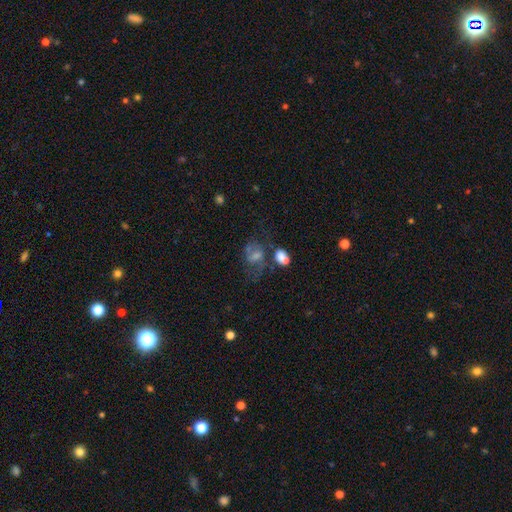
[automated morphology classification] smooth 47%, featured or disk 38%, star or artifact 15%. Down the decision tree: merging — none (35%).